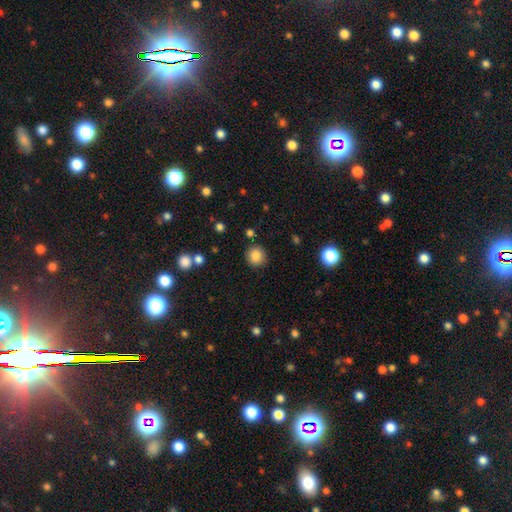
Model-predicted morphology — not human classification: Q: Smooth or featured?
A: smooth (85%); runner-up: star or artifact (10%)
Q: How rounded?
A: round (89%); runner-up: in between (10%)
Q: Merging?
A: none (88%); runner-up: minor disturbance (7%)